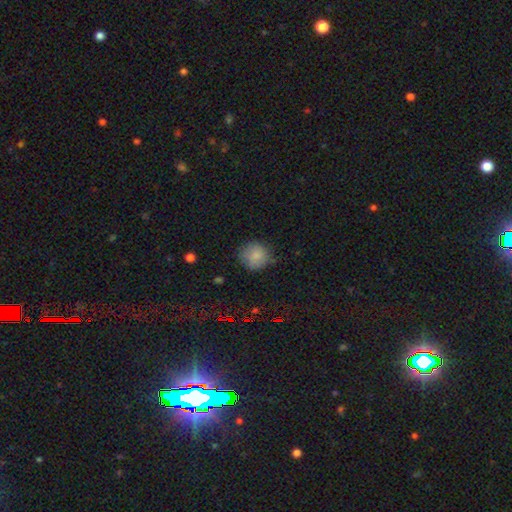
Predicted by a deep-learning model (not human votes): Q: Smooth or featured?
A: smooth (81%); runner-up: star or artifact (10%)
Q: How rounded?
A: round (89%); runner-up: in between (10%)
Q: Merging?
A: none (71%); runner-up: minor disturbance (23%)